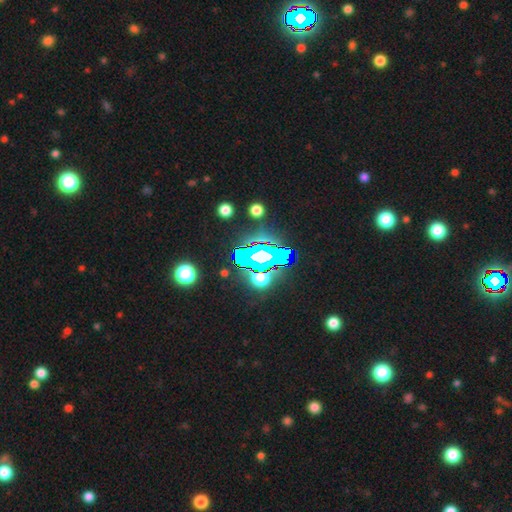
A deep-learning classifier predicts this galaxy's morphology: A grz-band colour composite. It shows a star or artifact, not a galaxy (80%).